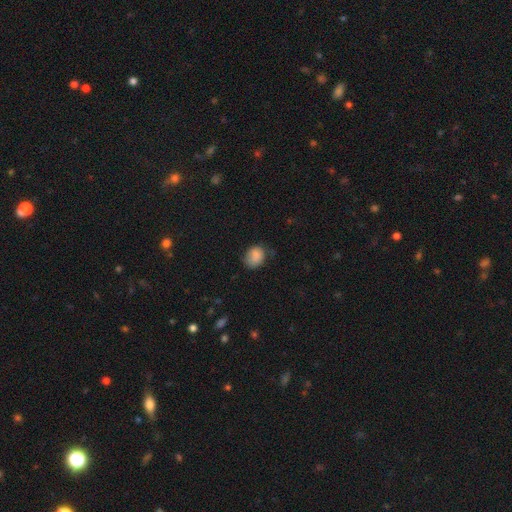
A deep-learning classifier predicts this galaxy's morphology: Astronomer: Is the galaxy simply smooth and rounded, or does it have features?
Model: smooth — 84%.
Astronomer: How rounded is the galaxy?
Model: round — 51% (runner-up: in between, 48%).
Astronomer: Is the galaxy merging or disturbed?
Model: none — 57%.